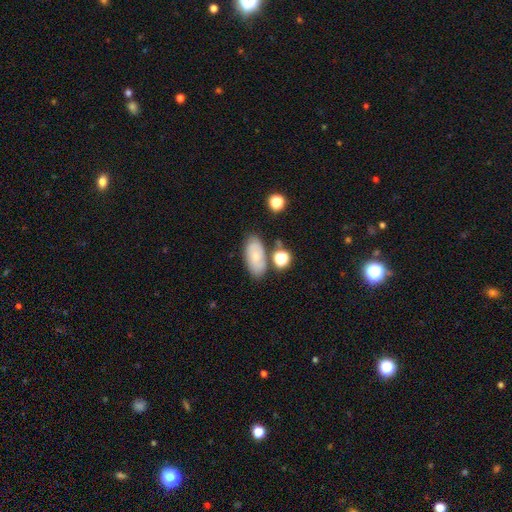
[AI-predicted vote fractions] Overall: smooth (70%). How rounded: in between (91%). Merging: none (72%).